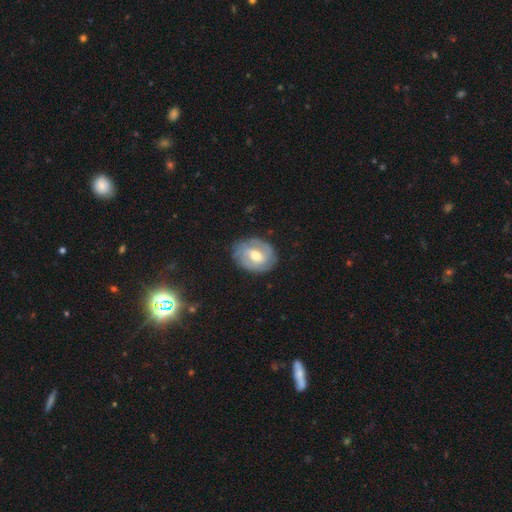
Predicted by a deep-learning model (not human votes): A featured or disk galaxy (69%) with a weak bar (49%), 2 (48%) tight (59%) spiral arms (82%) and a moderate central bulge (72%).

Vote fractions:
- Smooth or featured? featured or disk: 69% / smooth: 25% / star or artifact: 6%
- Edge-on disk? no: 96% / yes: 4%
- Bar? weak: 49% / no: 34% / strong: 17%
- Spiral arms? yes: 82% / no: 18%
- Spiral winding? tight: 59% / medium: 31% / loose: 10%
- Spiral arm count? 2: 48% / can't tell: 30% / 3: 12% / 1: 5% / 4: 3% / more than 4: 3%
- Bulge size? moderate: 72% / large: 14% / small: 12% / none: 1% / dominant: 1%
- Merging? none: 78% / minor disturbance: 16% / major disturbance: 5% / merger: 1%